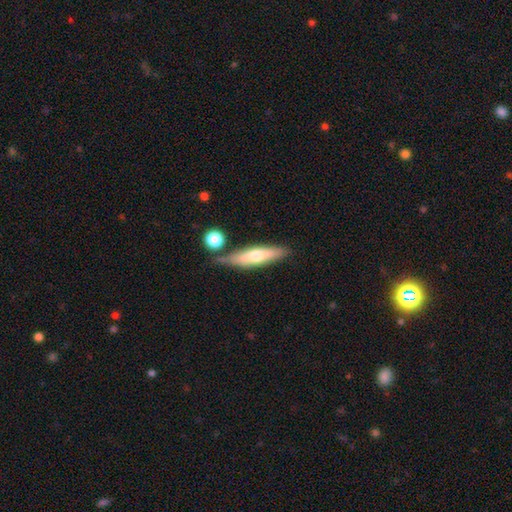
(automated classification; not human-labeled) smooth-or-featured: smooth: 54% | featured or disk: 40% | star or artifact: 6%
  how-rounded: cigar-shaped: 75% | in between: 23% | round: 2%
  merging: none: 70% | minor disturbance: 16% | merger: 9% | major disturbance: 4%